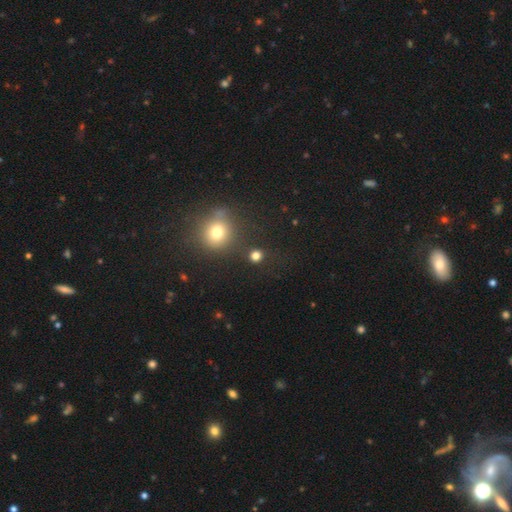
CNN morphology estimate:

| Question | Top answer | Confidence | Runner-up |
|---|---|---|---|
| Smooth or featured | smooth | 77% | star or artifact (18%) |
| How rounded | round | 88% | in between (11%) |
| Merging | none | 82% | minor disturbance (8%) |